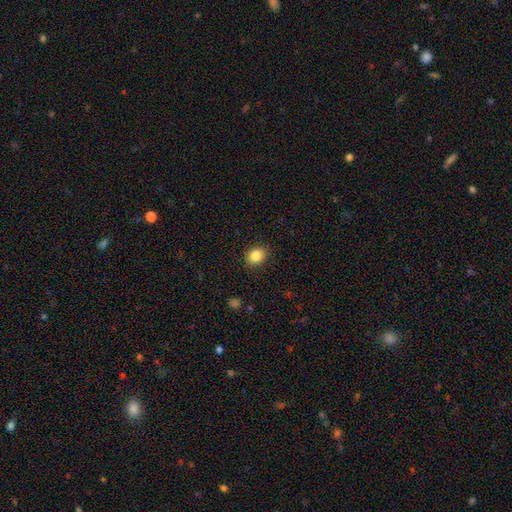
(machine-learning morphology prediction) Smooth or featured?
  - smooth: 86% *
  - star or artifact: 9%
  - featured or disk: 5%
How rounded?
  - in between: 53% *
  - round: 46%
  - cigar-shaped: 1%
Merging?
  - none: 89% *
  - minor disturbance: 8%
  - major disturbance: 2%
  - merger: 1%